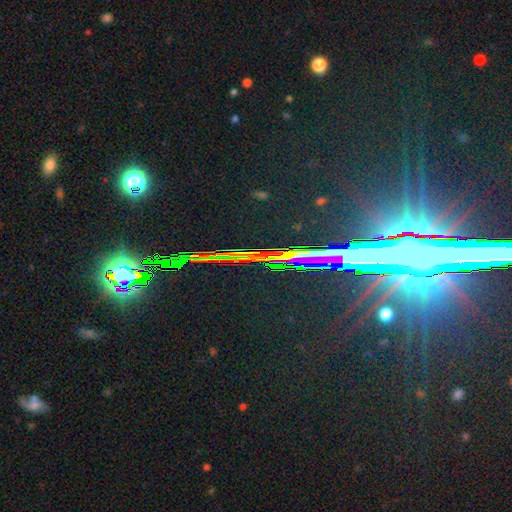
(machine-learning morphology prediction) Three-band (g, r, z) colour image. It shows a star or artifact, not a galaxy (80%).